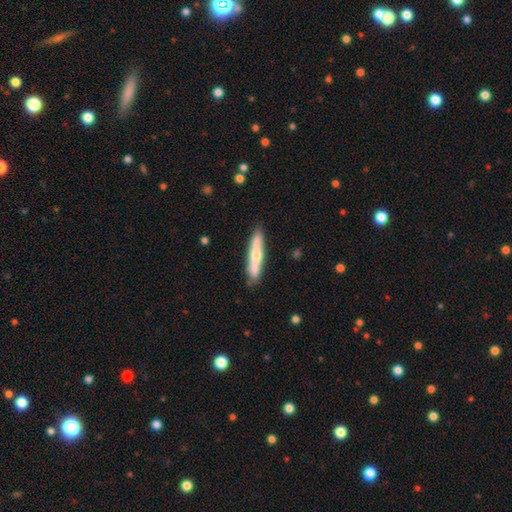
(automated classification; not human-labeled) smooth-or-featured: smooth: 52% | featured or disk: 43% | star or artifact: 5%
  how-rounded: cigar-shaped: 91% | in between: 8% | round: 1%
  merging: none: 85% | minor disturbance: 11% | merger: 2% | major disturbance: 2%